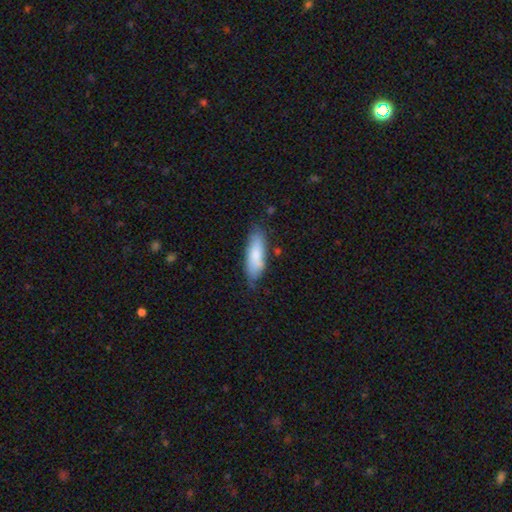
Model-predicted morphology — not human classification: This is likely a smooth galaxy (80%). How rounded: possibly in between (57%). Merging: likely none (71%).